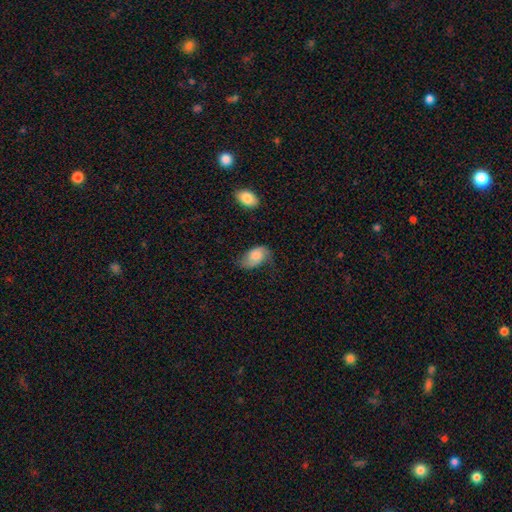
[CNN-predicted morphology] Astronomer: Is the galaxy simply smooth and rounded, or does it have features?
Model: smooth — 59%.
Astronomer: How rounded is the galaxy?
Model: in between — 89%.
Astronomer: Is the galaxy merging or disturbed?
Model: none — 46% (runner-up: minor disturbance, 33%).